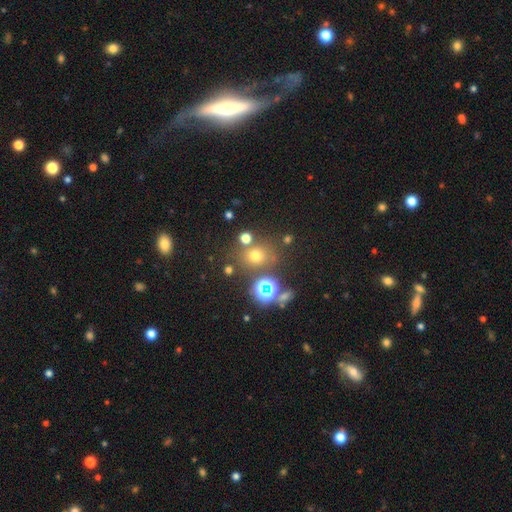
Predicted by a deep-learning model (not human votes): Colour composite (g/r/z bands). It shows a smooth galaxy with no disk features (61%) that is round (77%). Merging: none (71%).